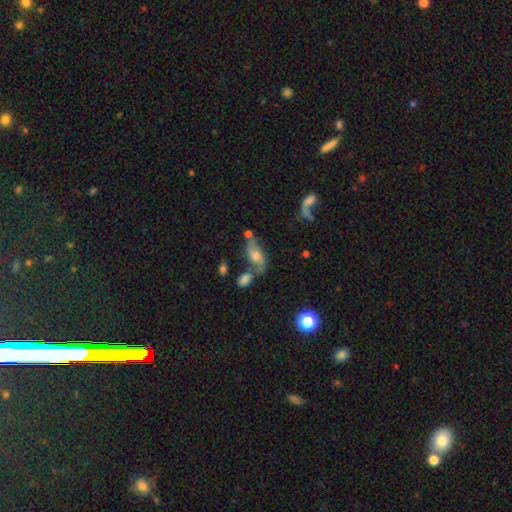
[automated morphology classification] A featured or disk galaxy (55%).

Vote fractions:
- Smooth or featured? featured or disk: 55% / smooth: 33% / star or artifact: 12%
- Edge-on disk? no: 86% / yes: 14%
- Merging? none: 48% / merger: 22% / minor disturbance: 19% / major disturbance: 11%